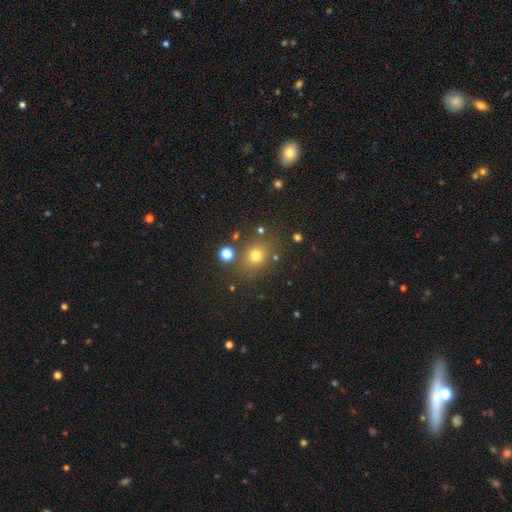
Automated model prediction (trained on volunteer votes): A smooth galaxy with no disk features (72%) that is round (64%). Merging: none (79%).